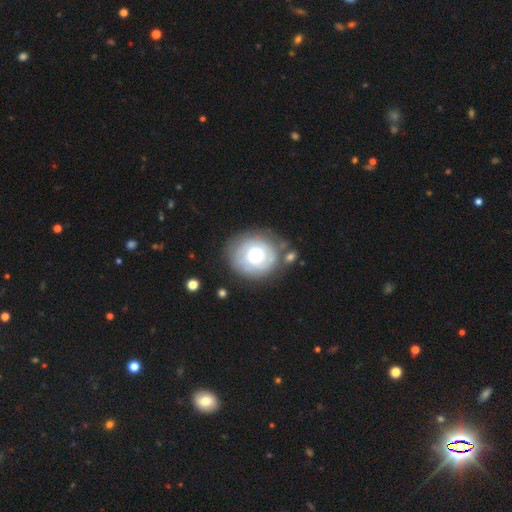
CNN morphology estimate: type=smooth (47%, tied with featured or disk); merging=none (68%).